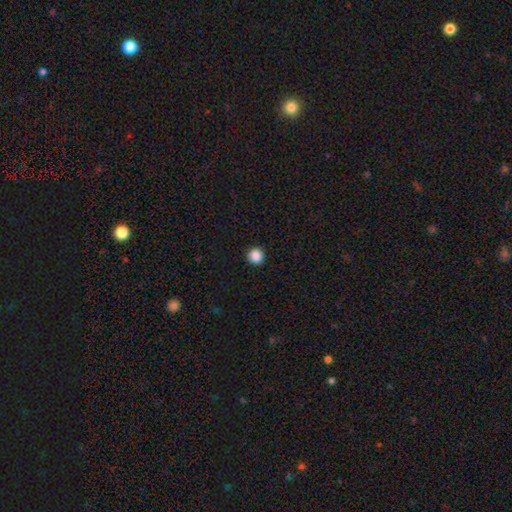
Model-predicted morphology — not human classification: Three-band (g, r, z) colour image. It shows a smooth galaxy with no disk features (88%) that is round (95%). Merging: none (93%).